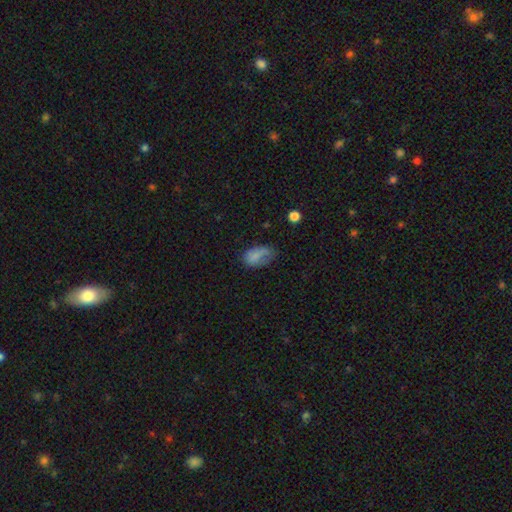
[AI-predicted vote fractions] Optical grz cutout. It shows a smooth galaxy with no disk features (76%) that is in between round and cigar-shaped (91%). Merging: none (41%).